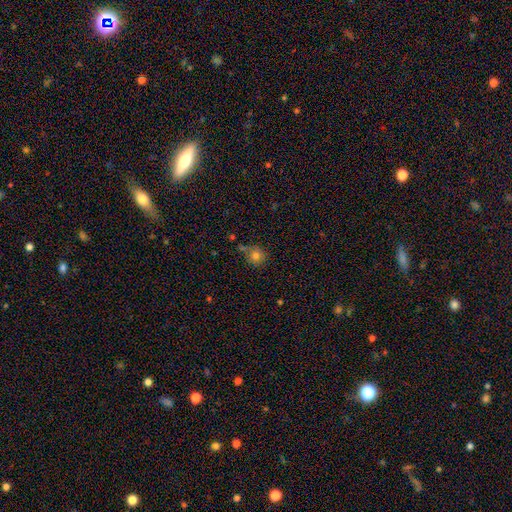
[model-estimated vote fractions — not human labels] Smooth or featured? smooth (80%)
How rounded? round (89%)
Merging? none (64%)